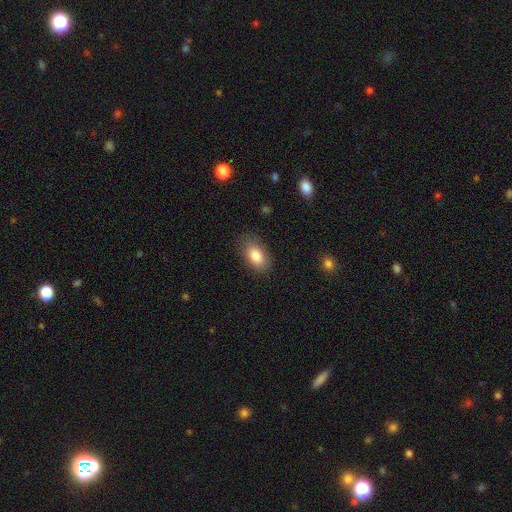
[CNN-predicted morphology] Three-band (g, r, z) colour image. It shows a smooth galaxy with no disk features (84%) that is in between round and cigar-shaped (92%). Merging: none (80%).